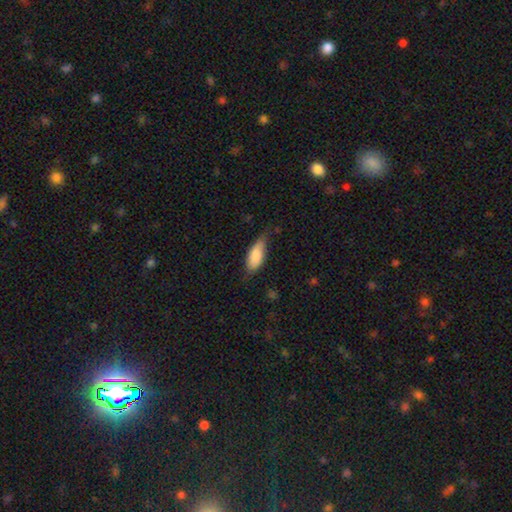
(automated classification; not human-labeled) Q: Smooth or featured?
A: smooth (83%); runner-up: featured or disk (11%)
Q: How rounded?
A: in between (81%); runner-up: cigar-shaped (17%)
Q: Merging?
A: none (49%); runner-up: minor disturbance (40%)